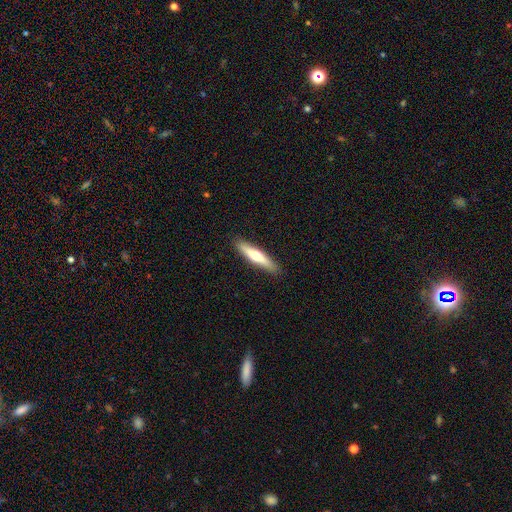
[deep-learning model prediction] smooth_or_featured: smooth (p=0.48) [alt: featured or disk p=0.47]
merging: none (p=0.90) [alt: minor disturbance p=0.07]